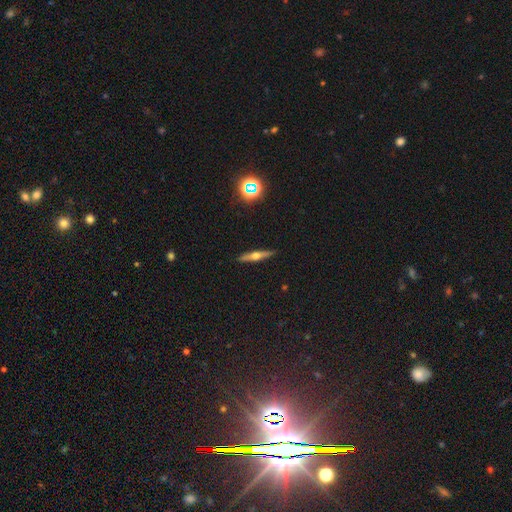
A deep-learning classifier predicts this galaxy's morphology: A featured or disk galaxy (64%) viewed edge-on (96%) with a rounded central bulge (93%).

Vote fractions:
- Smooth or featured? featured or disk: 64% / smooth: 27% / star or artifact: 8%
- Edge-on disk? yes: 96% / no: 4%
- Edge-on bulge? rounded: 93% / none: 4% / boxy: 3%
- Merging? none: 90% / minor disturbance: 7% / major disturbance: 2% / merger: 1%